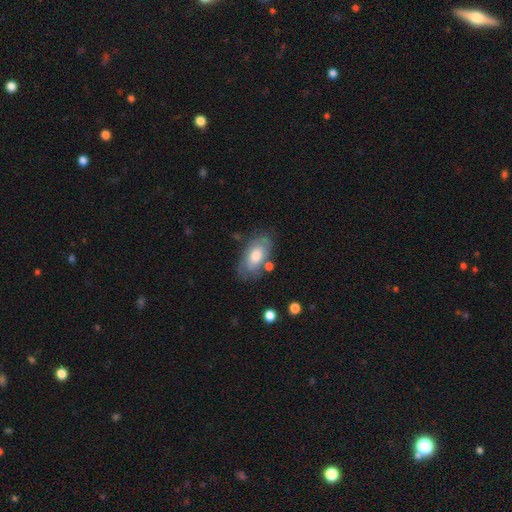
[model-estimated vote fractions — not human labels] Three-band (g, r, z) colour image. It shows a smooth galaxy with no disk features (52%) that is in between round and cigar-shaped (92%). Merging: none (67%).